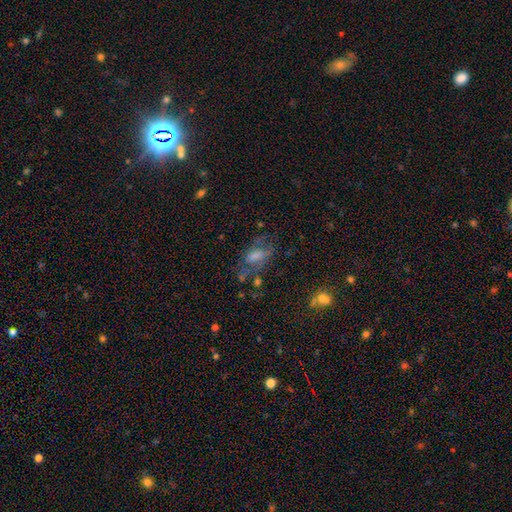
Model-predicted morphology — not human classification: smooth-or-featured: featured or disk: 46% | smooth: 39% | star or artifact: 15%
  merging: none: 39% | major disturbance: 33% | minor disturbance: 22% | merger: 6%